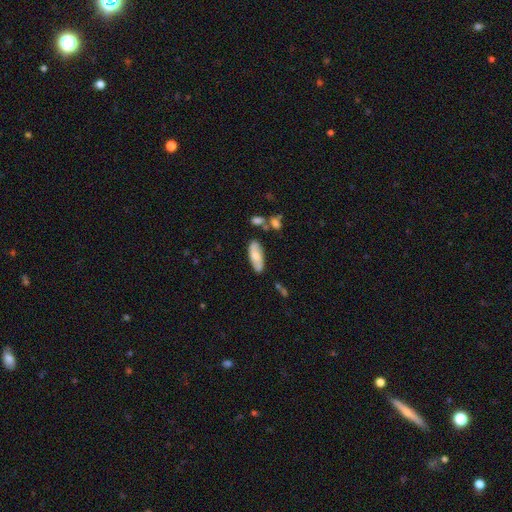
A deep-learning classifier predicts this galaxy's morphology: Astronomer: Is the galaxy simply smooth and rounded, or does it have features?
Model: smooth — 58% (runner-up: featured or disk, 35%).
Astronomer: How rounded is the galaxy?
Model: in between — 70%.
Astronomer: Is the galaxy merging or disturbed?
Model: none — 75%.